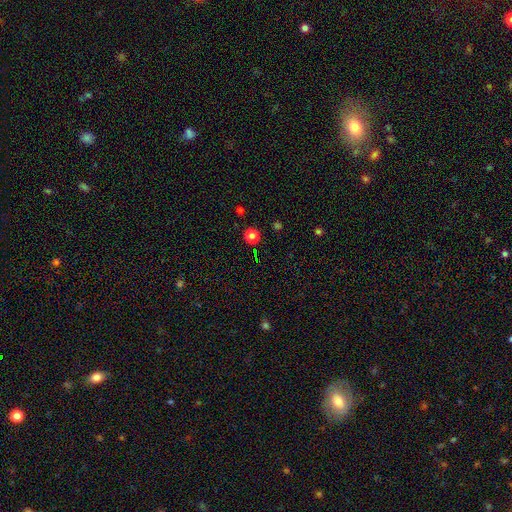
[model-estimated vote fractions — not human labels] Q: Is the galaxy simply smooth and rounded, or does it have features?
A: smooth — 52%.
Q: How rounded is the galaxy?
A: round — 89%.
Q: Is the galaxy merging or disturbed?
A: none — 90%.